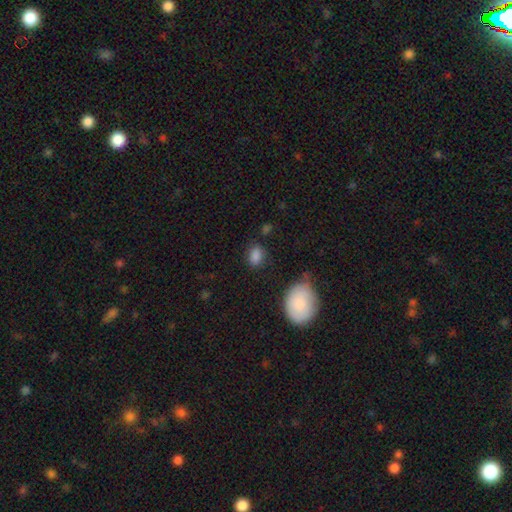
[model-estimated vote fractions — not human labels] Overall: smooth (85%). How rounded: in between (77%). Merging: none (76%).